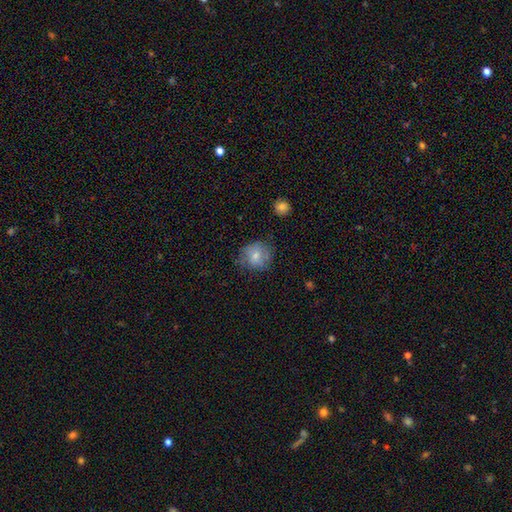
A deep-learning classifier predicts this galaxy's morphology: Q: Smooth or featured?
A: smooth (72%); runner-up: featured or disk (20%)
Q: How rounded?
A: round (83%); runner-up: in between (16%)
Q: Merging?
A: none (69%); runner-up: minor disturbance (22%)